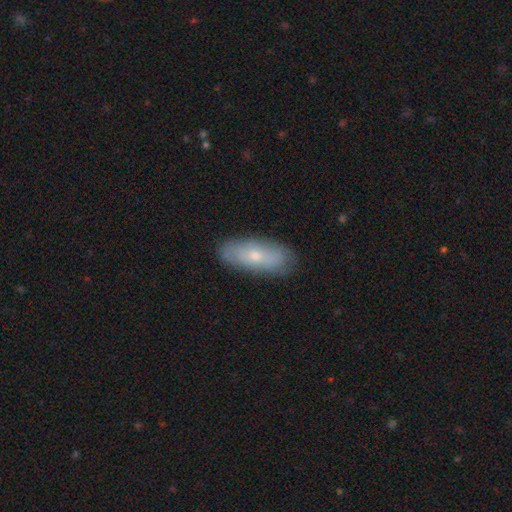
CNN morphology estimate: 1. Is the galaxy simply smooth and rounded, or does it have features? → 58% smooth, 36% featured or disk, 7% star or artifact.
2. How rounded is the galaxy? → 76% in between, 21% cigar-shaped, 3% round.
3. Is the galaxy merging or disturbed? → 83% none, 13% minor disturbance, 3% major disturbance, 1% merger.